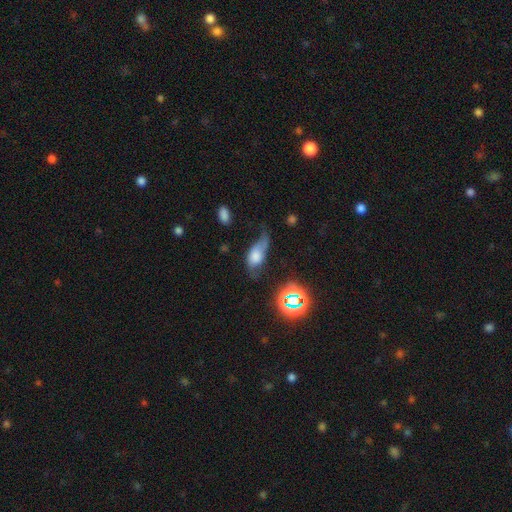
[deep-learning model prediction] The model was most divided on "merging" (2-way tie): major disturbance: 35%, minor disturbance: 35%, none: 24%, merger: 6%. More confident: how rounded — in between (83%); smooth or featured — smooth (57%).